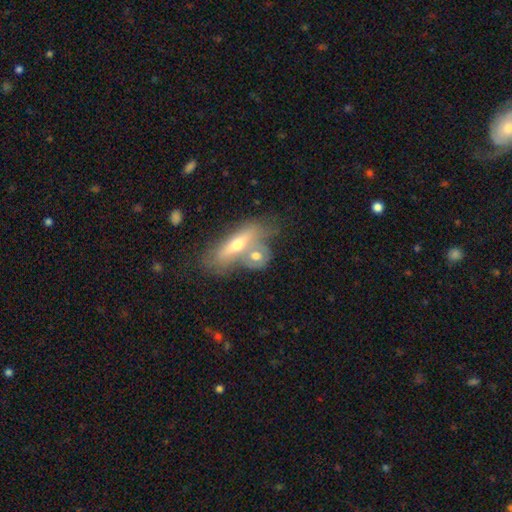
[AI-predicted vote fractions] smooth-or-featured: featured or disk: 48% | smooth: 44% | star or artifact: 8%
  merging: merger: 54% | none: 27% | minor disturbance: 11% | major disturbance: 9%